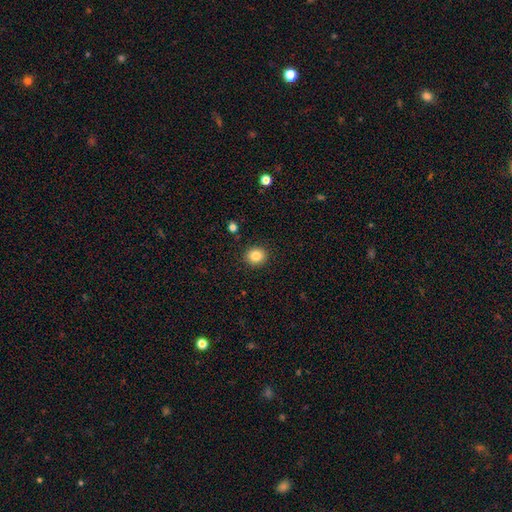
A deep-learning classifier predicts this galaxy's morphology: Smooth or featured: smooth — 84% (star or artifact — 10%)
How rounded: round — 84% (in between — 15%)
Merging: none — 91% (minor disturbance — 6%)